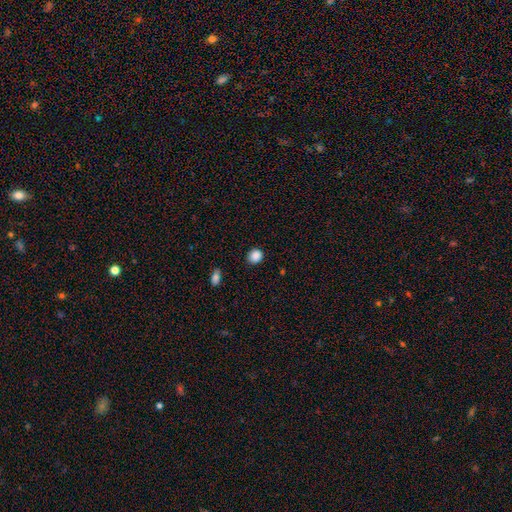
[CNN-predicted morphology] Smooth or featured? smooth (88%)
How rounded? round (78%)
Merging? none (89%)